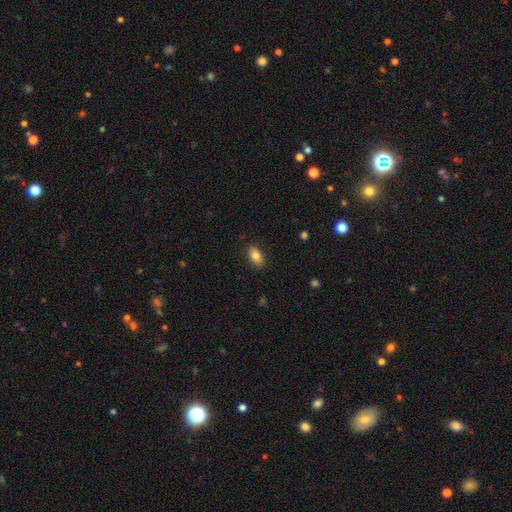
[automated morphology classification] The model was most divided on "smooth or featured": smooth: 81%, featured or disk: 11%, star or artifact: 8%. More confident: how rounded — in between (89%); merging — none (87%).